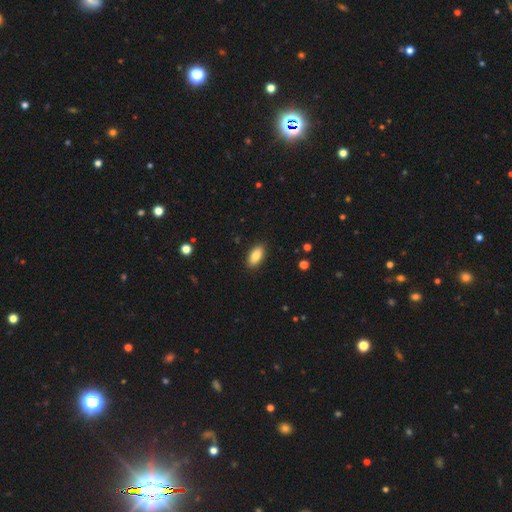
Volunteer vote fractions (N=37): Morphology: type=smooth (84%); roundness=in between (87%); merging=none (94%).